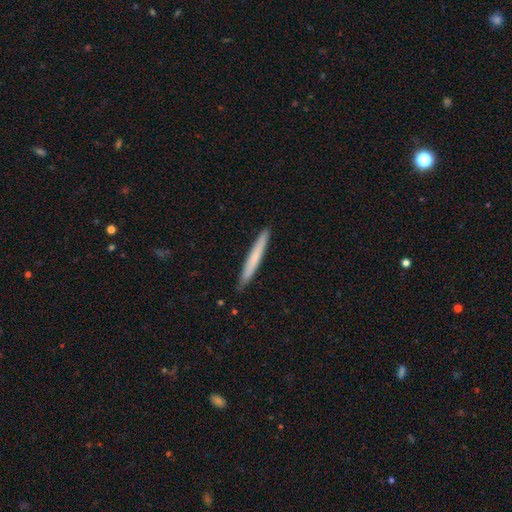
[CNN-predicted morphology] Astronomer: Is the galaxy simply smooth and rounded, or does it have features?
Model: smooth — 66%.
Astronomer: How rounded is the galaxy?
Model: cigar-shaped — 97%.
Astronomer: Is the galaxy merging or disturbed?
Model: none — 91%.